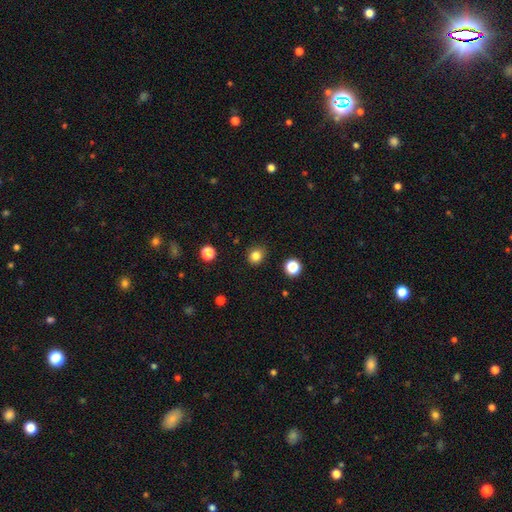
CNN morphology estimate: Smooth or featured? Predicted: smooth (p=0.82). How rounded? Predicted: round (p=0.76). Merging? Predicted: none (p=0.88).